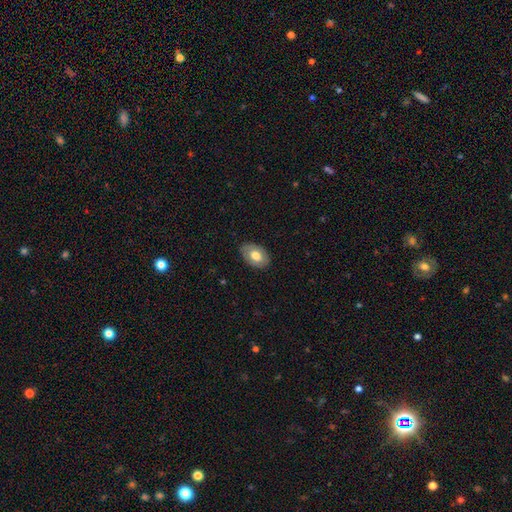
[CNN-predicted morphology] This appears to be a smooth galaxy with no disk features (69%) that is in between round and cigar-shaped (86%). Merging: none (83%).